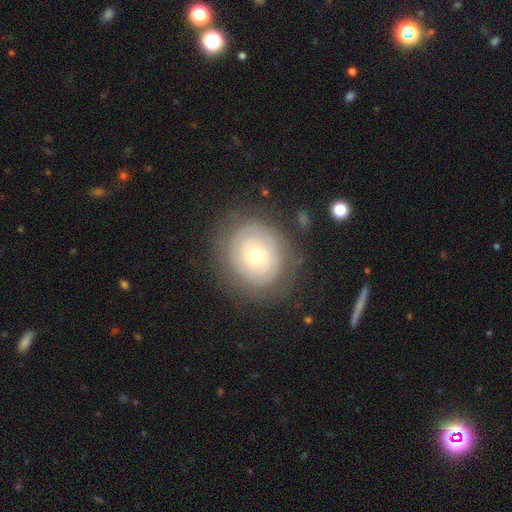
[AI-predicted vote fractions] The model was most divided on "bulge size": small: 51%, moderate: 43%, large: 3%, dominant: 1%, none: 1%. More confident: edge-on disk — no (97%); bar — no (86%); merging — none (77%); spiral arms — yes (74%); smooth or featured — featured or disk (68%).